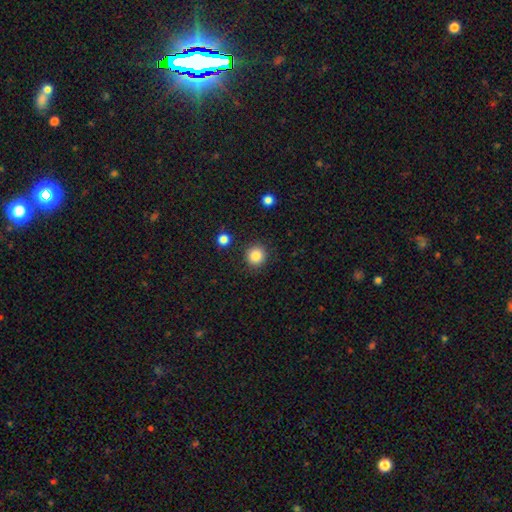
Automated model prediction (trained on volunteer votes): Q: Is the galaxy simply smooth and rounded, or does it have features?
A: smooth — 86%.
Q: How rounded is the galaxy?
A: round — 93%.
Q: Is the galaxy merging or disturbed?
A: none — 90%.